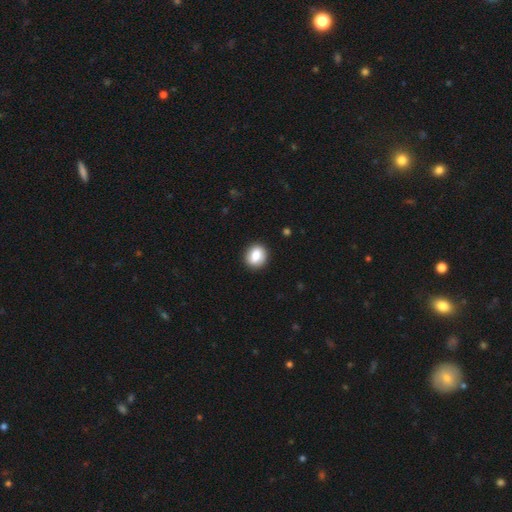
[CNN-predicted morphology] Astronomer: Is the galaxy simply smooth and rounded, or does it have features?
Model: smooth — 80%.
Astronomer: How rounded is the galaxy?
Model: round — 67%.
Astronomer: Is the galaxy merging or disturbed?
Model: none — 88%.